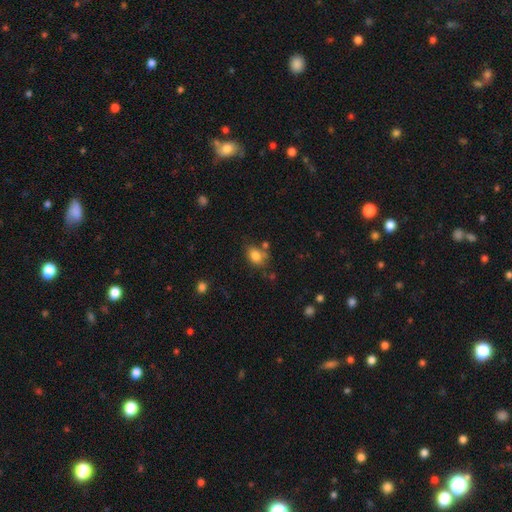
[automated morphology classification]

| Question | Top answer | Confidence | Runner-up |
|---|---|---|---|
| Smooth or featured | smooth | 82% | star or artifact (10%) |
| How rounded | in between | 69% | round (30%) |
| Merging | none | 59% | minor disturbance (21%) |